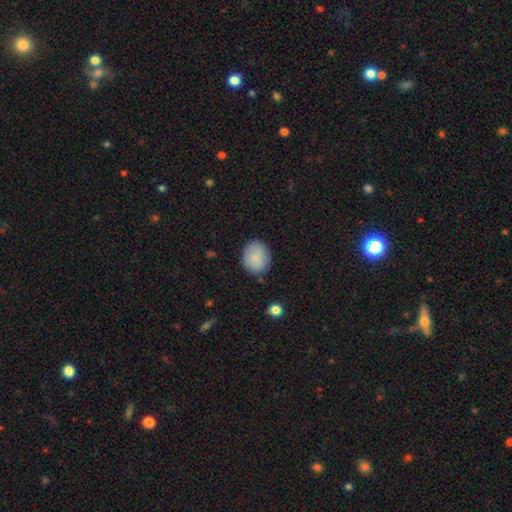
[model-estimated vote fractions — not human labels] Morphology: type=smooth (87%); roundness=round (68%); merging=none (82%).